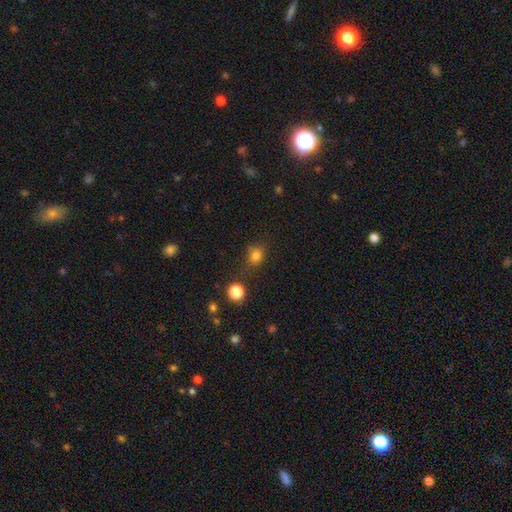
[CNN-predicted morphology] Smooth or featured: smooth — 79% (star or artifact — 15%)
How rounded: round — 66% (in between — 32%)
Merging: none — 71% (minor disturbance — 16%)